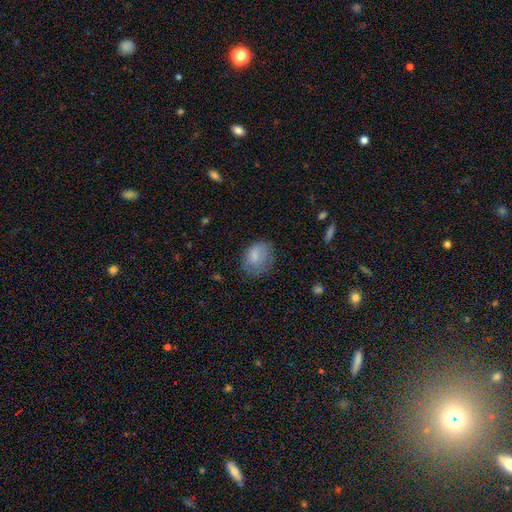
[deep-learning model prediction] A smooth galaxy with no disk features (79%) that is in between round and cigar-shaped (56%).

Vote fractions:
- Smooth or featured? smooth: 79% / featured or disk: 13% / star or artifact: 9%
- How rounded? in between: 56% / round: 43% / cigar-shaped: 1%
- Merging? none: 60% / minor disturbance: 26% / major disturbance: 12% / merger: 2%